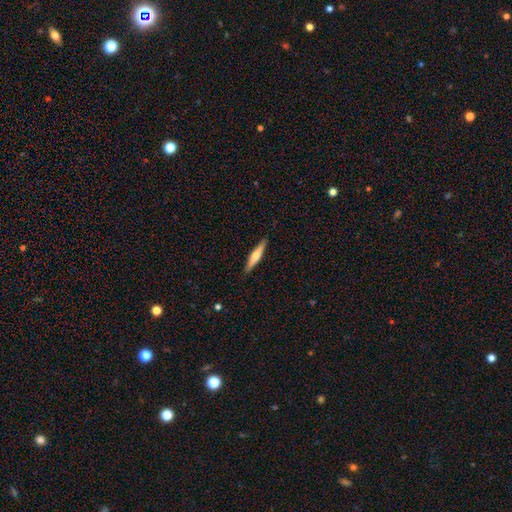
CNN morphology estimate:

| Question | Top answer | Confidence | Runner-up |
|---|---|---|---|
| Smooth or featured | featured or disk | 55% | smooth (40%) |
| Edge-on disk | yes | 96% | no (4%) |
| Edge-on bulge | rounded | 89% | none (6%) |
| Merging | none | 90% | minor disturbance (7%) |